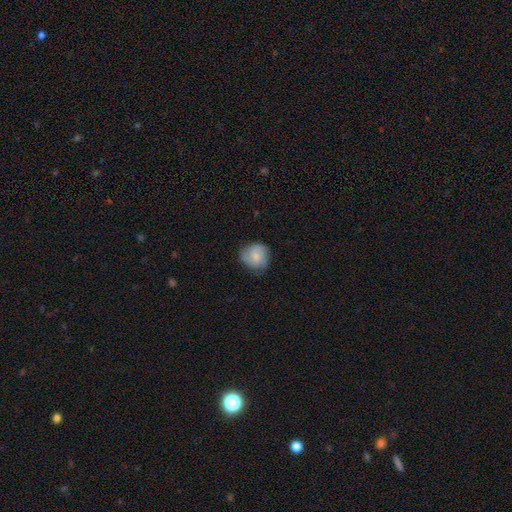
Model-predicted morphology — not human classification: type=smooth (62%); roundness=round (83%); merging=none (70%).